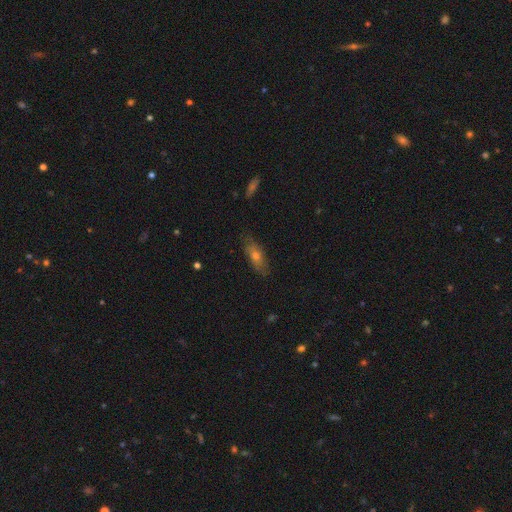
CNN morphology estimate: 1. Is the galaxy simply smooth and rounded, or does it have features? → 50% smooth, 39% featured or disk, 11% star or artifact.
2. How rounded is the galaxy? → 57% in between, 38% cigar-shaped, 5% round.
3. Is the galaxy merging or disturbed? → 80% none, 15% minor disturbance, 3% major disturbance, 1% merger.